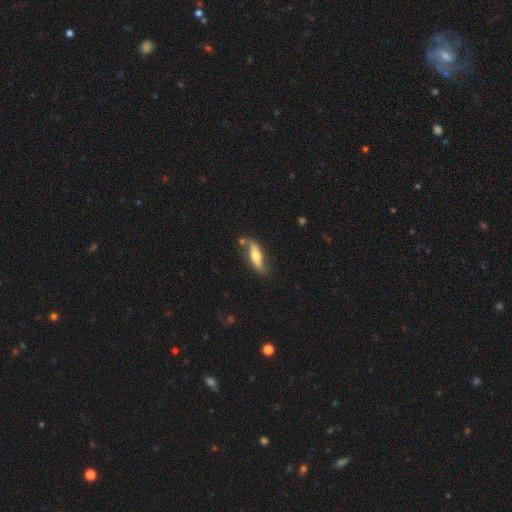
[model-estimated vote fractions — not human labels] This is possibly a featured or disk galaxy (51%). It is possibly viewed edge-on (52%). Merging: likely none (67%).